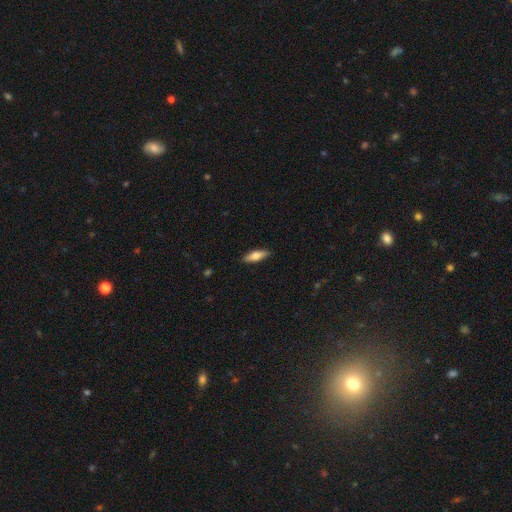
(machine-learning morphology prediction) type=smooth (69%); roundness=cigar-shaped (49%, tied with in between); merging=none (88%).